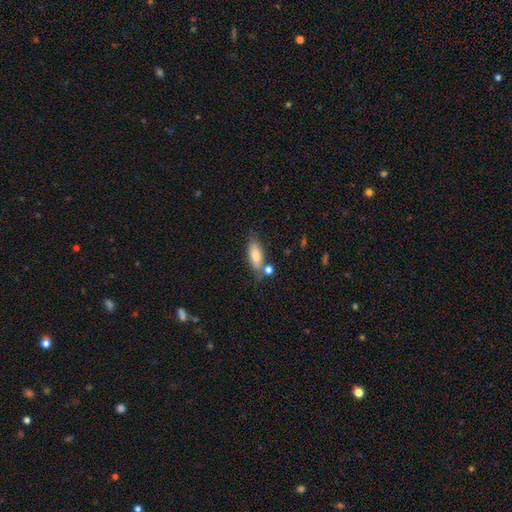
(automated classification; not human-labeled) smooth 76%, featured or disk 16%, star or artifact 7%. Down the decision tree: how rounded — in between (74%); merging — none (61%).